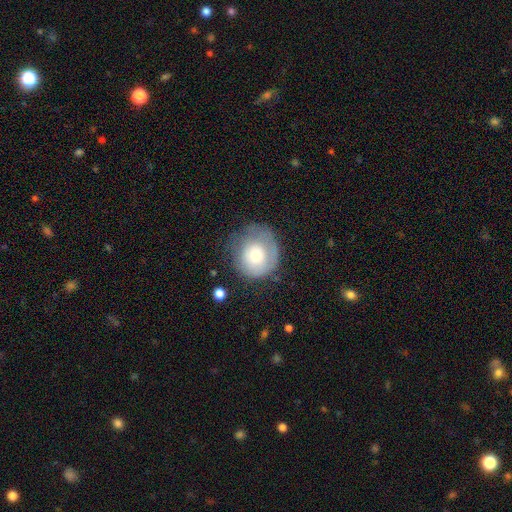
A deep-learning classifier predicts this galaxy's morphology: Smooth or featured? smooth (53%)
How rounded? round (85%)
Merging? none (61%)